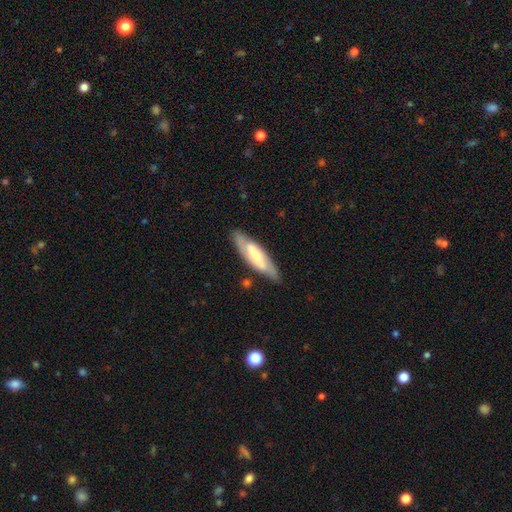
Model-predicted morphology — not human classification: Smooth or featured: featured or disk — 54% (smooth — 40%)
Edge-on disk: no — 59% (yes — 41%)
Merging: none — 79% (minor disturbance — 15%)